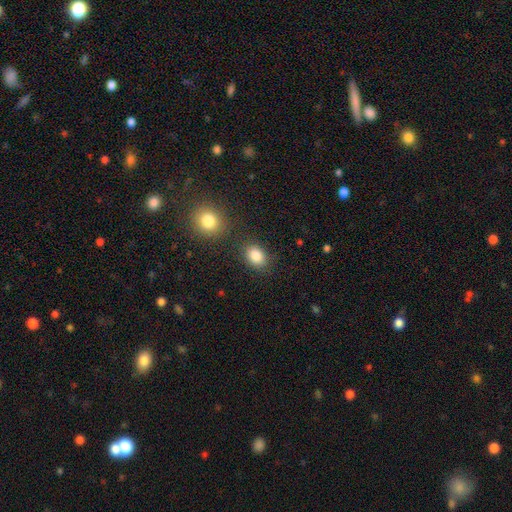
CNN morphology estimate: smooth_or_featured: smooth (p=0.86) [alt: star or artifact p=0.09]
how_rounded: in between (p=0.75) [alt: round p=0.24]
merging: none (p=0.80) [alt: minor disturbance p=0.10]